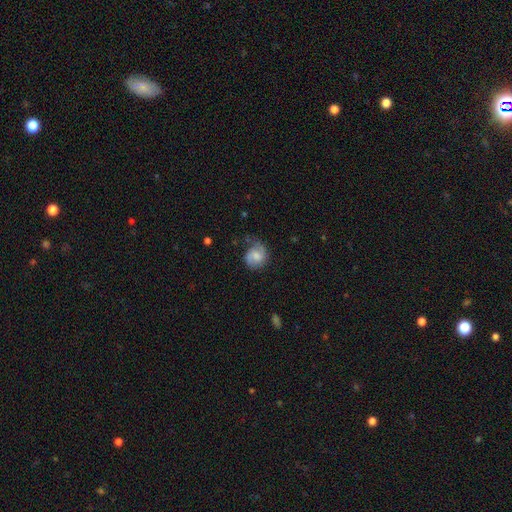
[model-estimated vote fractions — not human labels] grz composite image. It shows a featured or disk galaxy (62%) with no bar (50%), 2 (77%) medium (47%) spiral arms (93%) and a moderate central bulge (42%). Merging: none (63%).